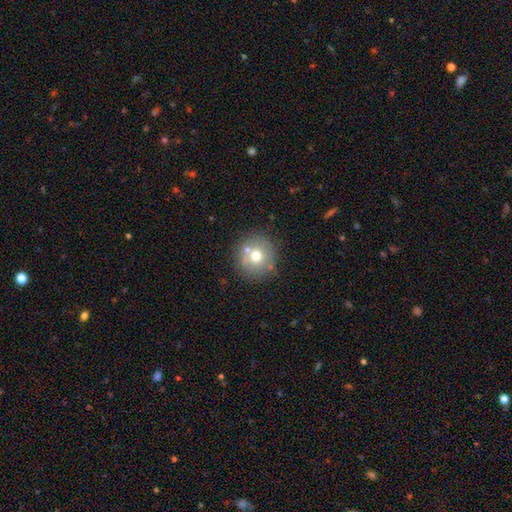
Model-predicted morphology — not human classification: This appears to be a smooth galaxy with no disk features (67%) that is round (93%). Merging: none (75%).